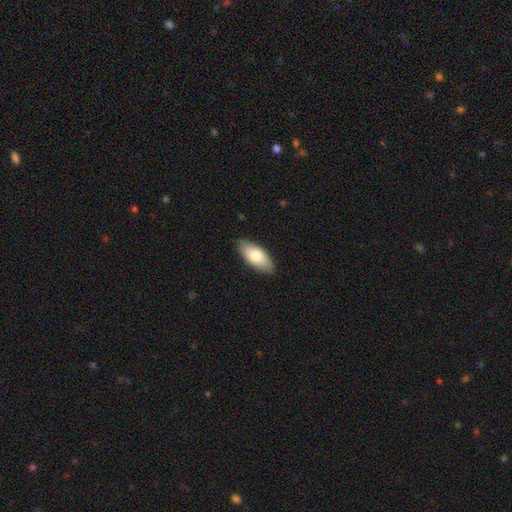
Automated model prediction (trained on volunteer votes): Morphology: type=smooth (78%); roundness=in between (88%); merging=none (87%).